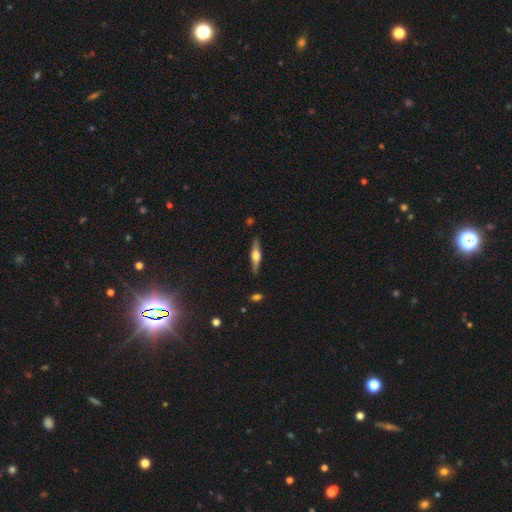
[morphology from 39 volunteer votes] Smooth or featured? featured or disk (62%)
Edge-on disk? yes (96%)
Edge-on bulge? rounded (91%)
Merging? none (95%)